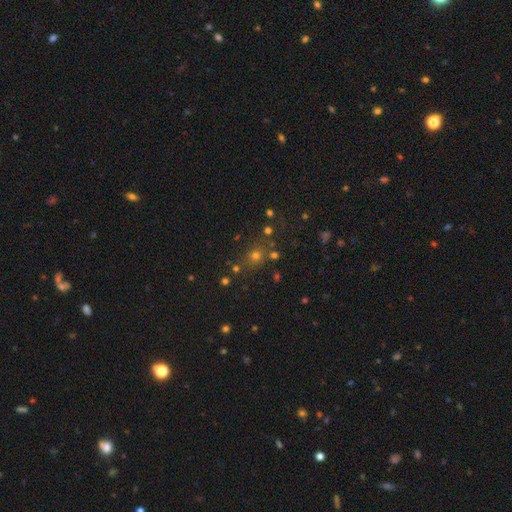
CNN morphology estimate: type=smooth (53%); roundness=round (82%); merging=none (76%).